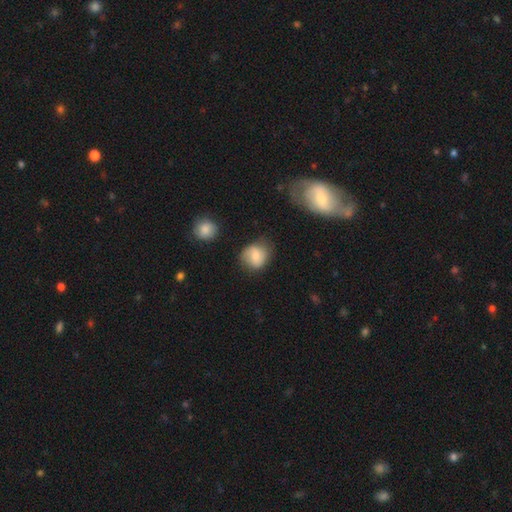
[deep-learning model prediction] Overall: smooth (67%). How rounded: round (70%). Merging: none (65%).